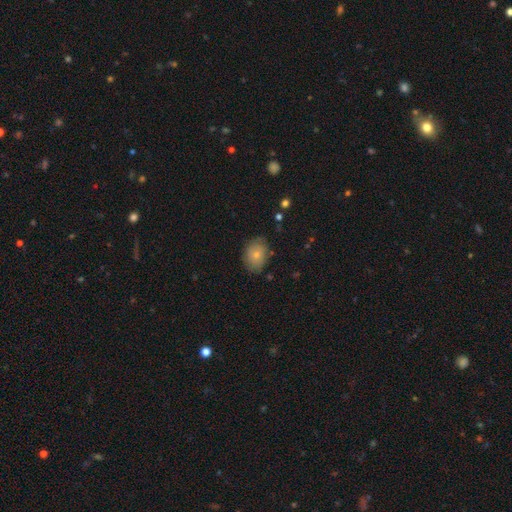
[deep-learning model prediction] smooth 76%, featured or disk 17%, star or artifact 7%. Down the decision tree: how rounded — in between (73%); merging — none (76%).